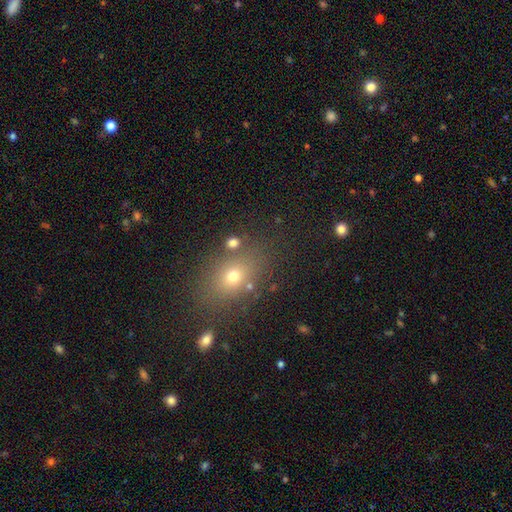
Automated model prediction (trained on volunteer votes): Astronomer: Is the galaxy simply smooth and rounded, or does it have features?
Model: smooth — 59%.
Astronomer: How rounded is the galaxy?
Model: in between — 56% (runner-up: round, 42%).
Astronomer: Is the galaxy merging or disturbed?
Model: none — 82%.